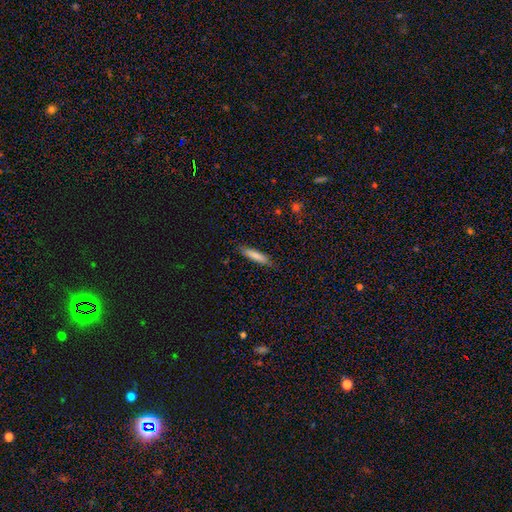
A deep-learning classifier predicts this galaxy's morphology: smooth 82%, featured or disk 12%, star or artifact 6%. Down the decision tree: how rounded — cigar-shaped (80%); merging — none (85%).